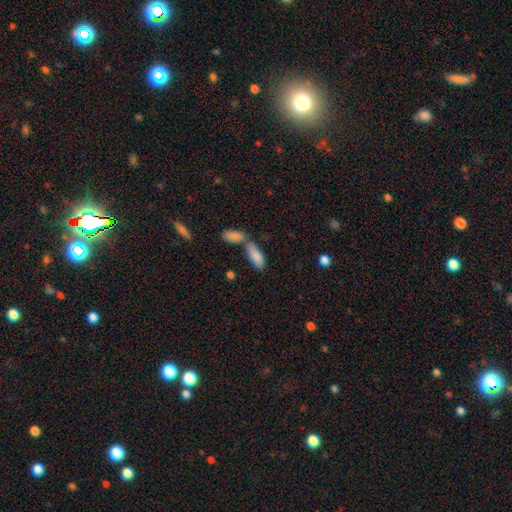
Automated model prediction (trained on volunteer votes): A smooth galaxy with no disk features (86%) that is in between round and cigar-shaped (74%). Merging: merger (44%).